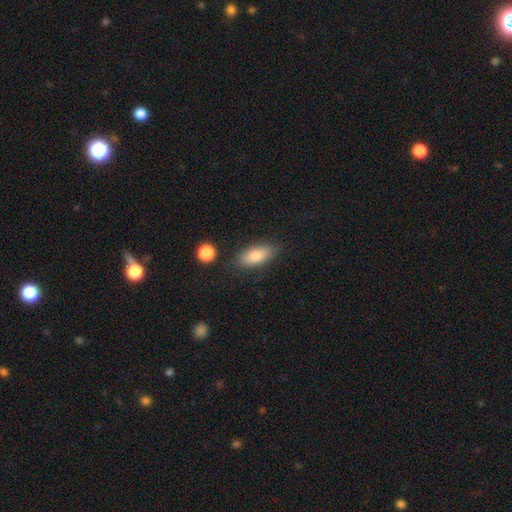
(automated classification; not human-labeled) This is likely a smooth galaxy (79%). How rounded: likely in between (79%). Merging: clearly none (82%).